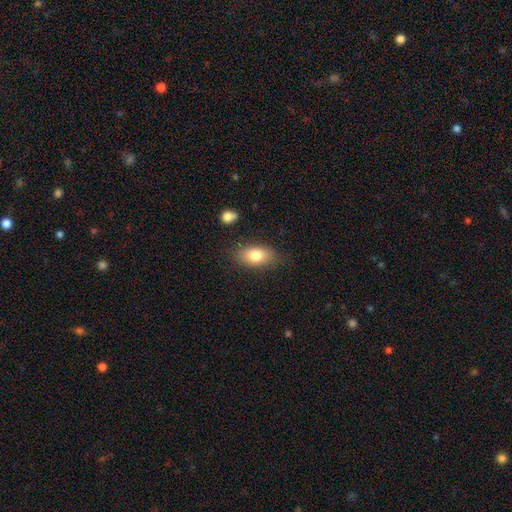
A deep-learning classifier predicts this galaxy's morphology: Overall: smooth (79%). How rounded: in between (88%). Merging: none (79%).